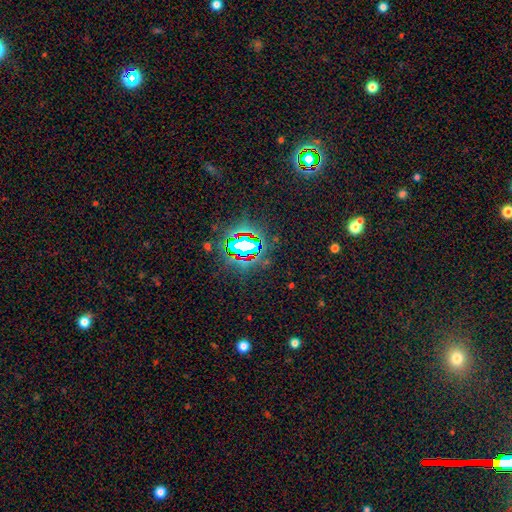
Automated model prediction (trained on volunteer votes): A star or artifact, not a galaxy (83%).